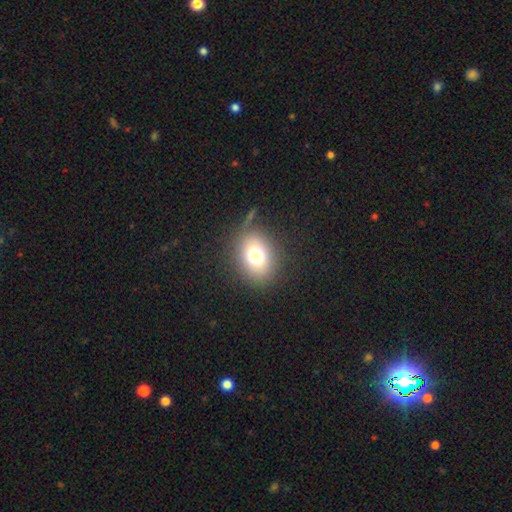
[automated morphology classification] A smooth galaxy with no disk features (73%) that is round (51%). Merging: none (81%).